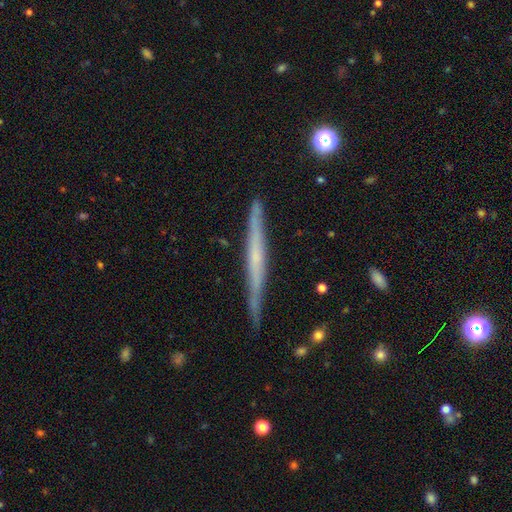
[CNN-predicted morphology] Smooth or featured?
  - featured or disk: 64% *
  - smooth: 30%
  - star or artifact: 6%
Edge-on disk?
  - yes: 97% *
  - no: 3%
Edge-on bulge?
  - none: 70% *
  - rounded: 23%
  - boxy: 7%
Merging?
  - none: 86% *
  - minor disturbance: 11%
  - major disturbance: 2%
  - merger: 1%